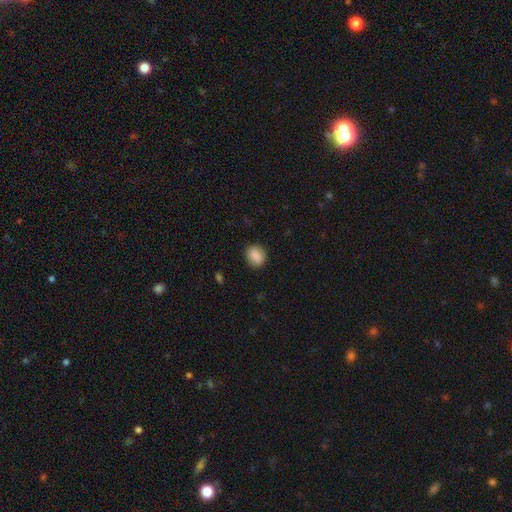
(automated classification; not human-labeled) Smooth or featured? smooth (87%)
How rounded? in between (55%)
Merging? none (85%)